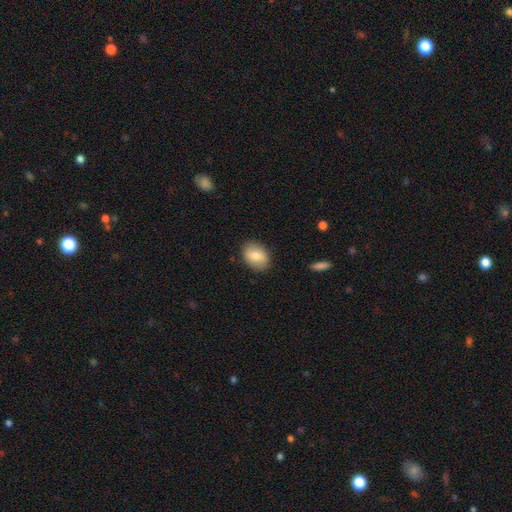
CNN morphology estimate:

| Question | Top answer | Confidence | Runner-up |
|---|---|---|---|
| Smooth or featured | smooth | 78% | featured or disk (15%) |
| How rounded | in between | 74% | round (25%) |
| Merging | none | 86% | minor disturbance (10%) |